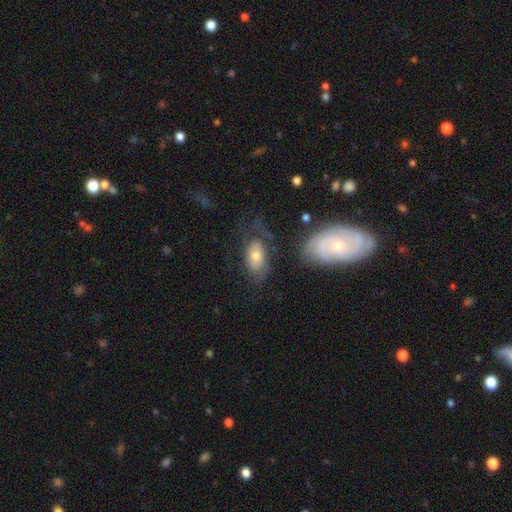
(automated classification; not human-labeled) Q: Smooth or featured?
A: smooth (49%); runner-up: featured or disk (43%)
Q: Merging?
A: none (48%); runner-up: major disturbance (24%)